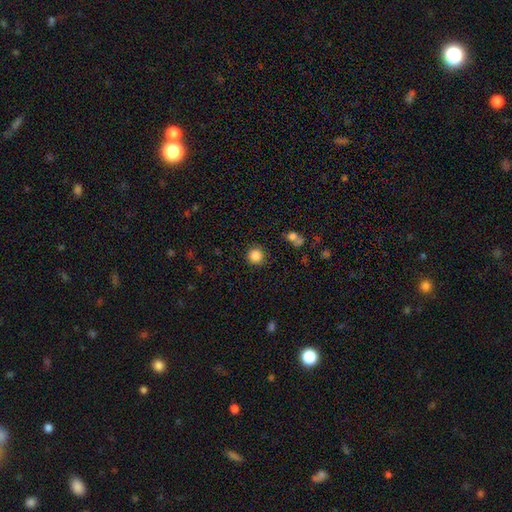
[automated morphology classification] smooth_or_featured: smooth (p=0.86) [alt: star or artifact p=0.11]
how_rounded: round (p=0.94) [alt: in between p=0.05]
merging: none (p=0.88) [alt: minor disturbance p=0.07]